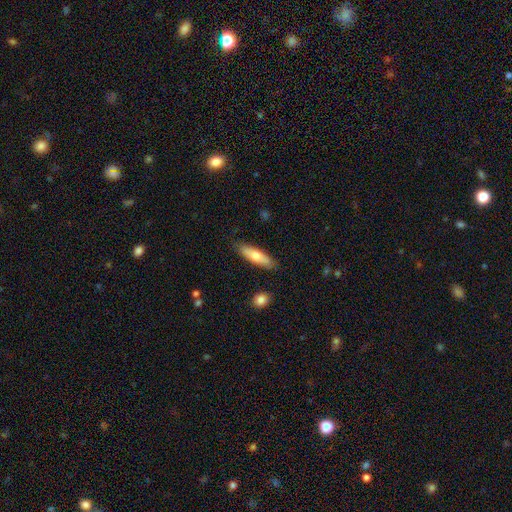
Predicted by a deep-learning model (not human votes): This appears to be a smooth galaxy with no disk features (68%) that is cigar-shaped (63%). Merging: none (85%).